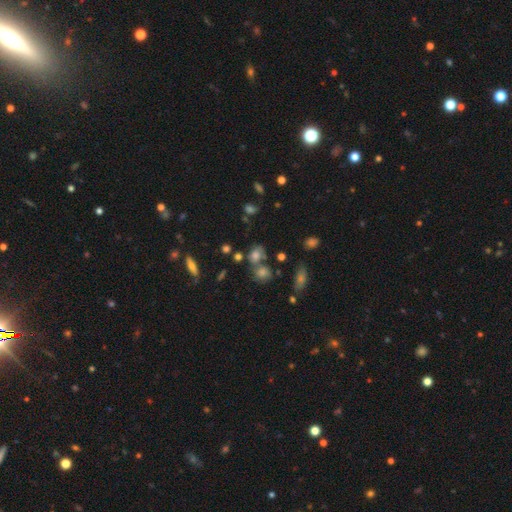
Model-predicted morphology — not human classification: This is likely a smooth galaxy (64%). How rounded: possibly round (54%). Merging: possibly none (52%).